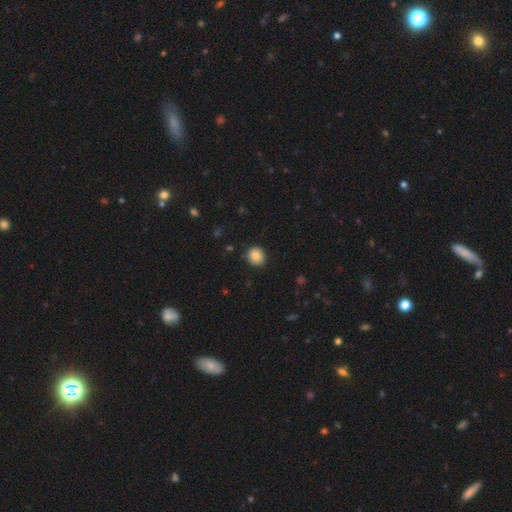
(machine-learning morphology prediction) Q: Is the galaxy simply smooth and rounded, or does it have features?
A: smooth — 85%.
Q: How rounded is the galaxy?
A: round — 85%.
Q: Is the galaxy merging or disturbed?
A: none — 87%.